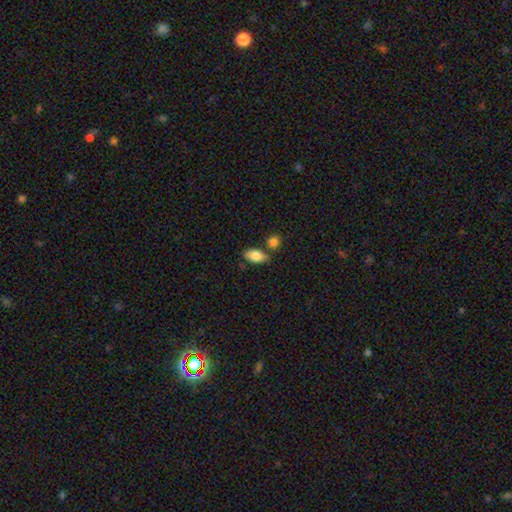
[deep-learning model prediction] Morphology: type=smooth (83%); roundness=in between (91%); merging=none (71%).